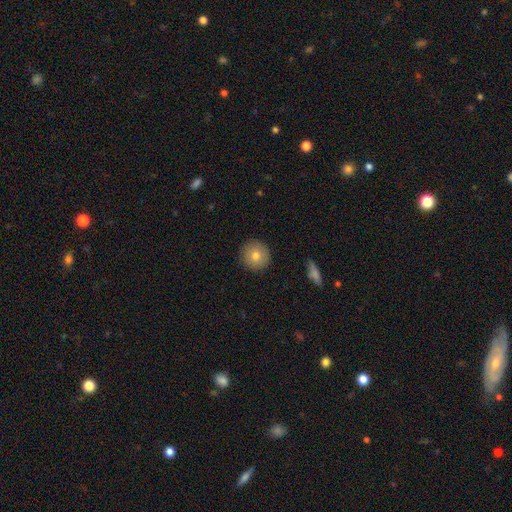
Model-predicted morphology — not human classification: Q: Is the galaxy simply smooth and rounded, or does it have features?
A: smooth — 77%.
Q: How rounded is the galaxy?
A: round — 95%.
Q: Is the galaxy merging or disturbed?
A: none — 91%.